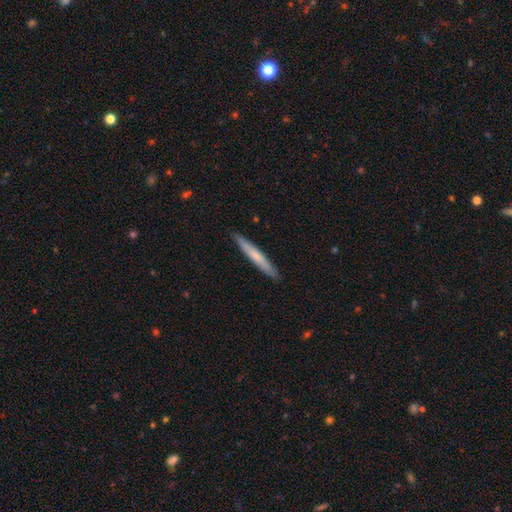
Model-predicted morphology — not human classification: The model was most divided on "smooth or featured": smooth: 62%, featured or disk: 33%, star or artifact: 5%. More confident: how rounded — cigar-shaped (96%); merging — none (90%).